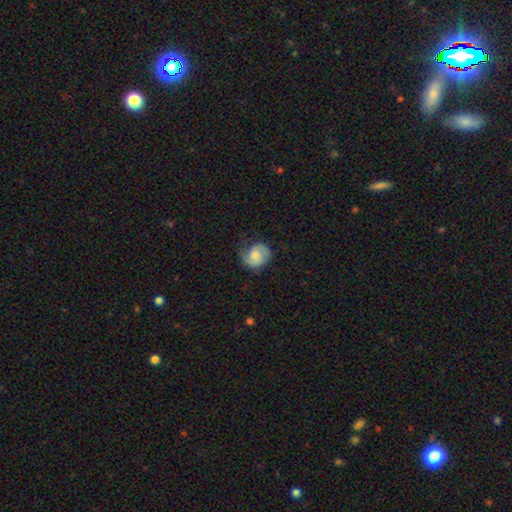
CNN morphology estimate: Smooth or featured?
  - featured or disk: 60% *
  - smooth: 33%
  - star or artifact: 7%
Edge-on disk?
  - no: 98% *
  - yes: 2%
Bar?
  - no: 57% *
  - weak: 37%
  - strong: 6%
Spiral arms?
  - yes: 92% *
  - no: 8%
Spiral winding?
  - medium: 44% *
  - tight: 33%
  - loose: 23%
Spiral arm count?
  - 2: 66% *
  - 1: 23%
  - can't tell: 7%
  - 3: 1%
  - 4: 1%
  - more than 4: 1%
Bulge size?
  - moderate: 41% *
  - small: 28%
  - none: 15%
  - large: 13%
  - dominant: 2%
Merging?
  - none: 58% *
  - minor disturbance: 27%
  - major disturbance: 14%
  - merger: 1%